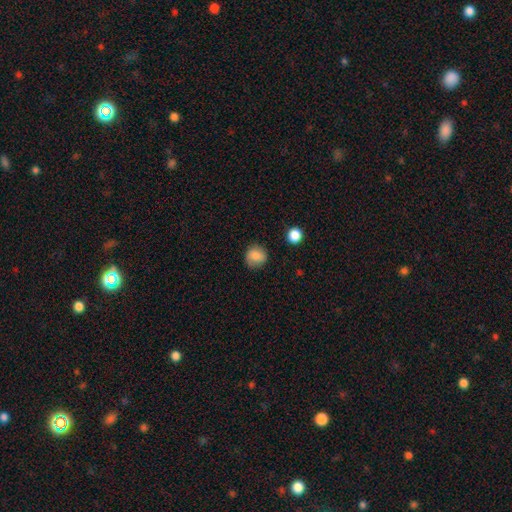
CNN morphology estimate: smooth 84%, star or artifact 10%, featured or disk 7%. Down the decision tree: how rounded — round (84%); merging — none (79%).